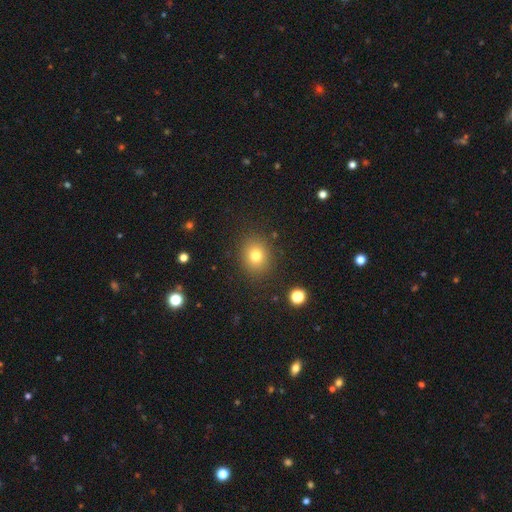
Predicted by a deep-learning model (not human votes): This is likely a smooth galaxy (77%). How rounded: likely round (69%). Merging: clearly none (87%).